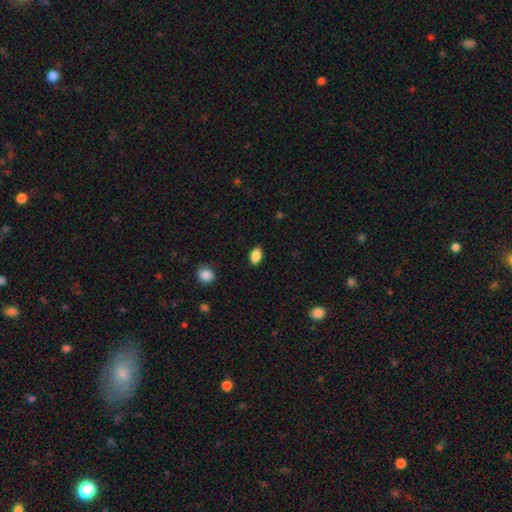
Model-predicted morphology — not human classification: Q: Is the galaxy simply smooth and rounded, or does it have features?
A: smooth — 87%.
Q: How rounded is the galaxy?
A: in between — 87%.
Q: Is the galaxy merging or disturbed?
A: none — 86%.